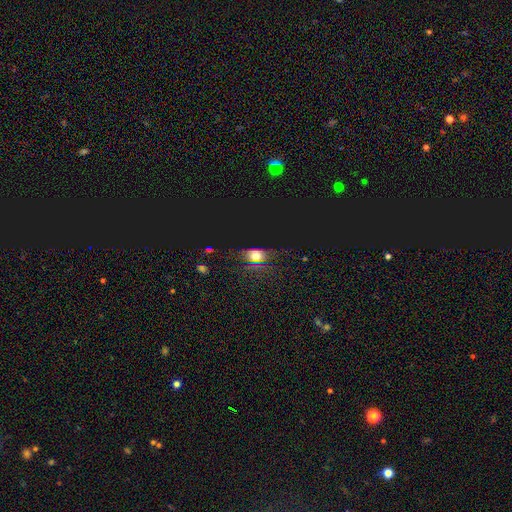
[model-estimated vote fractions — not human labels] Q: Smooth or featured?
A: smooth (45%); runner-up: star or artifact (41%)
Q: Merging?
A: none (68%); runner-up: minor disturbance (17%)